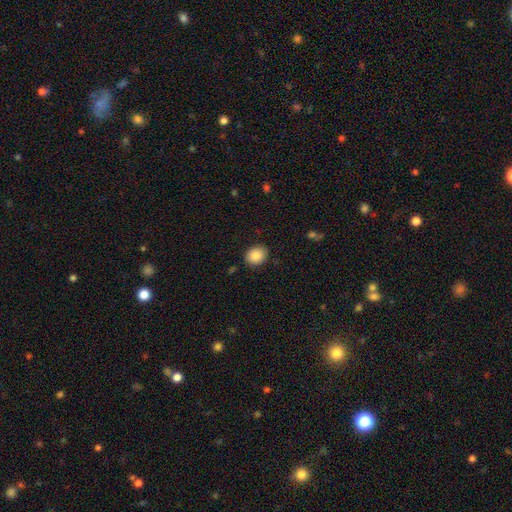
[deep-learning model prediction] Smooth or featured: smooth — 88% (star or artifact — 8%)
How rounded: round — 60% (in between — 39%)
Merging: none — 87% (minor disturbance — 9%)